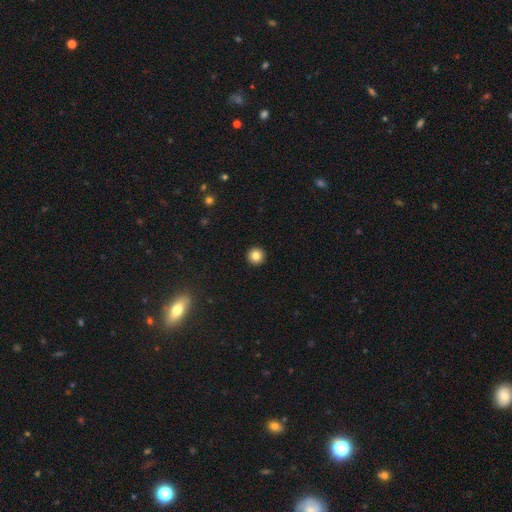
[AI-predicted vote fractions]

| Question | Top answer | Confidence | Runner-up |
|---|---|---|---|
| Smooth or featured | smooth | 84% | star or artifact (11%) |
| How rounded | round | 96% | in between (3%) |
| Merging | none | 94% | minor disturbance (4%) |